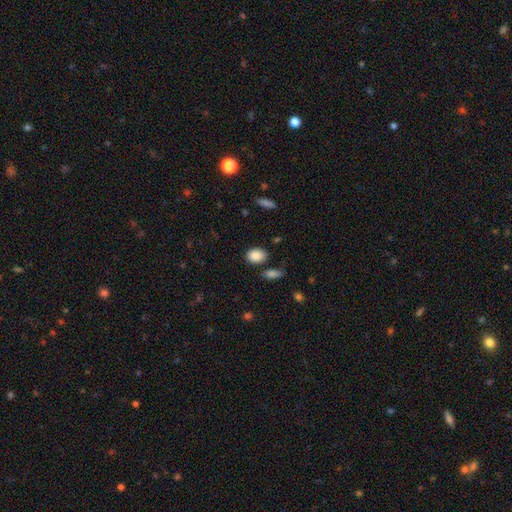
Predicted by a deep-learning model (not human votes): smooth_or_featured: smooth (p=0.87) [alt: star or artifact p=0.08]
how_rounded: in between (p=0.71) [alt: round p=0.27]
merging: none (p=0.79) [alt: minor disturbance p=0.12]